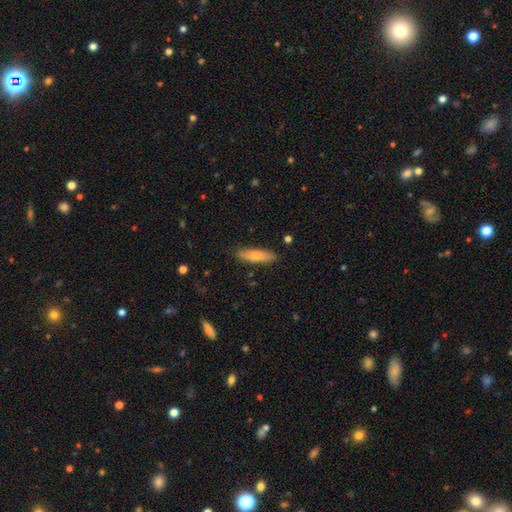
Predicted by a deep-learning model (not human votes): Morphology: type=smooth (80%); roundness=cigar-shaped (67%); merging=none (86%).